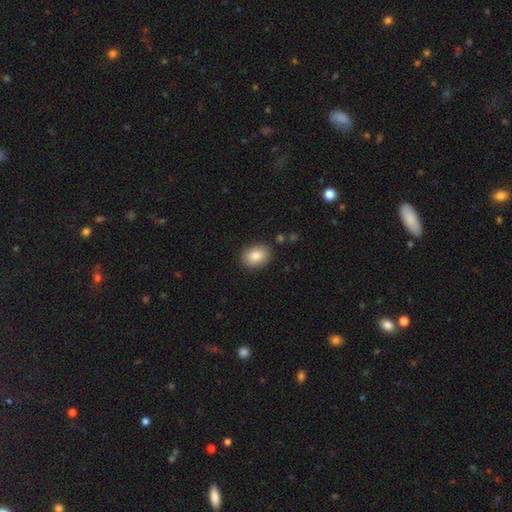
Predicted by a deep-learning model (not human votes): smooth-or-featured: smooth: 84% | star or artifact: 8% | featured or disk: 8%
  how-rounded: in between: 64% | round: 35% | cigar-shaped: 1%
  merging: none: 88% | minor disturbance: 8% | major disturbance: 2% | merger: 1%